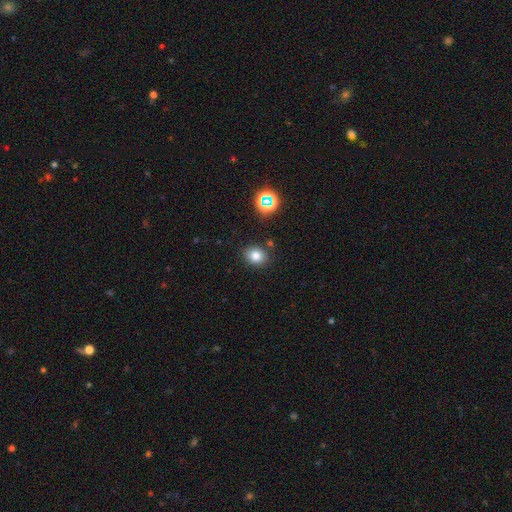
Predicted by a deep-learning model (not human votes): Smooth or featured? Predicted: smooth (p=0.78). How rounded? Predicted: round (p=0.60). Merging? Predicted: none (p=0.84).